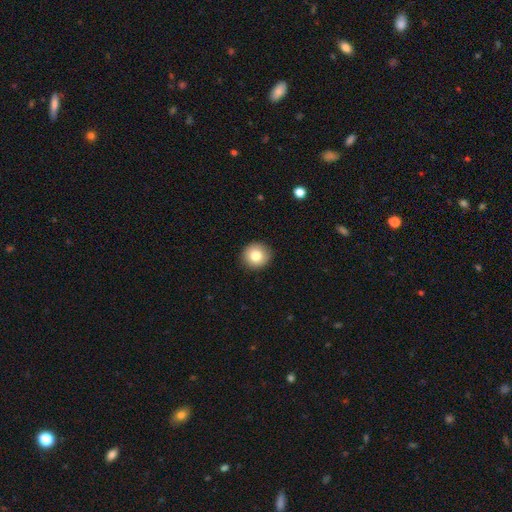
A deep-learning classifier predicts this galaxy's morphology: The model was most divided on "smooth or featured": smooth: 81%, featured or disk: 9%, star or artifact: 9%. More confident: how rounded — round (92%); merging — none (91%).